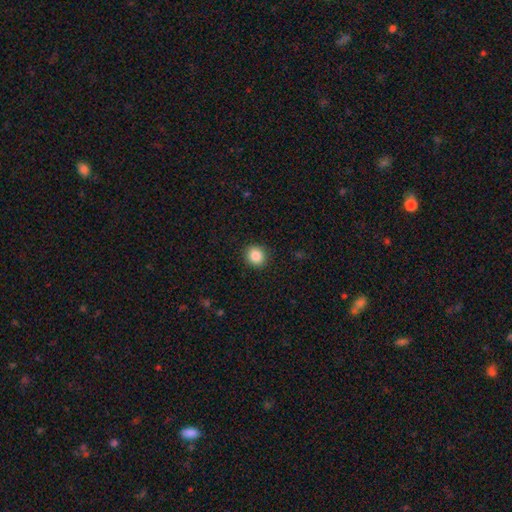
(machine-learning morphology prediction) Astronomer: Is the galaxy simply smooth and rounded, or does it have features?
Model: smooth — 87%.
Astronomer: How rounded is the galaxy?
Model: round — 85%.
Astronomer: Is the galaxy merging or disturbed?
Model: none — 91%.